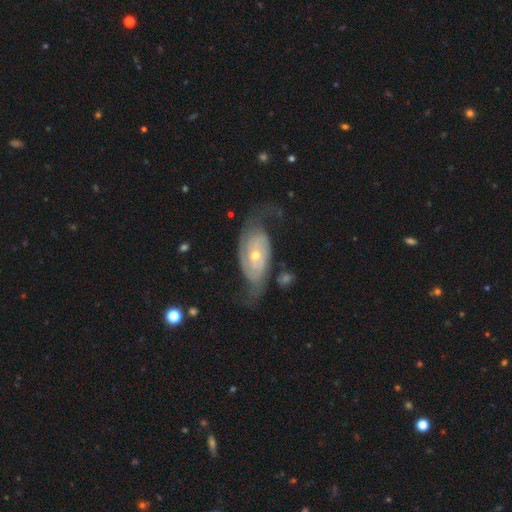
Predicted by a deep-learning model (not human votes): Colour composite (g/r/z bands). It shows a featured or disk galaxy (83%) with no bar (68%), 2 (78%) tight (38%, tied with medium) spiral arms (92%) and a small central bulge (55%). Merging: none (58%).